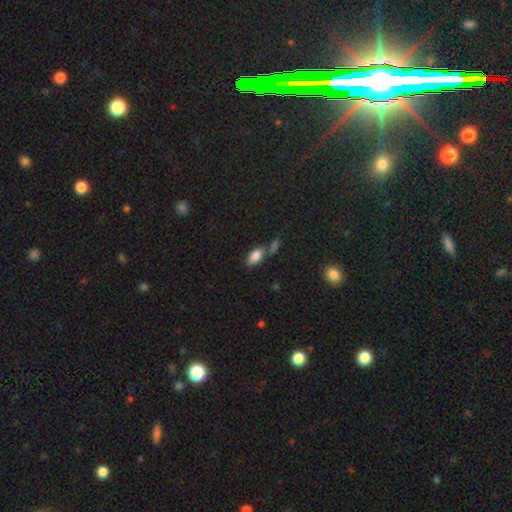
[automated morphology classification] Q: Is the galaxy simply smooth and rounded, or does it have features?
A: smooth — 83%.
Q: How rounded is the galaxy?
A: in between — 91%.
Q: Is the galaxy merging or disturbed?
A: none — 56%.